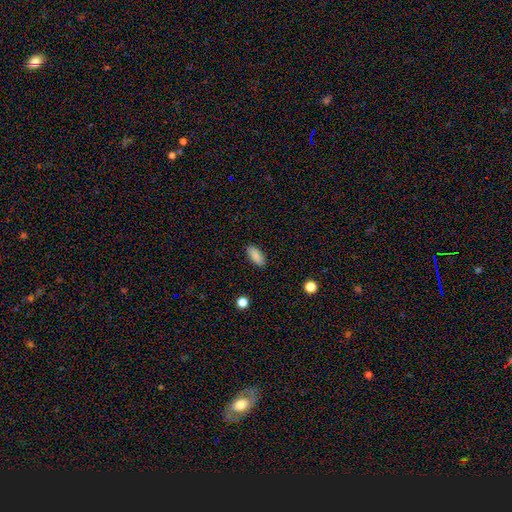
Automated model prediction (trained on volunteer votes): Smooth or featured? smooth (88%)
How rounded? in between (86%)
Merging? none (89%)